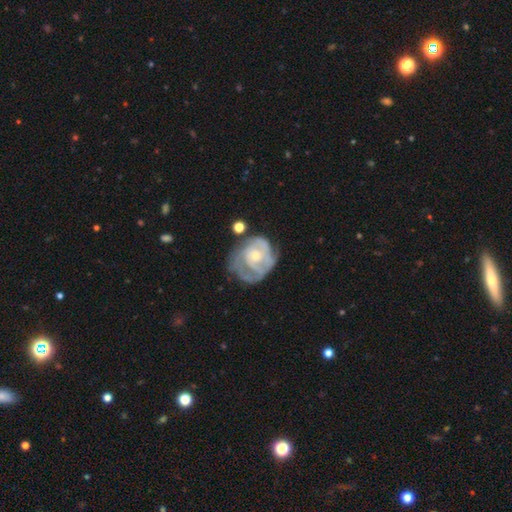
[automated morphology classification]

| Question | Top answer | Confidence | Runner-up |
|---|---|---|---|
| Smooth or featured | featured or disk | 75% | smooth (19%) |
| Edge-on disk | no | 98% | yes (2%) |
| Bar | no | 77% | weak (20%) |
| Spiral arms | yes | 79% | no (21%) |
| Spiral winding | tight | 59% | medium (30%) |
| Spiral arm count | can't tell | 43% | 2 (25%) |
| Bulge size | small | 53% | moderate (37%) |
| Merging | none | 44% | minor disturbance (26%) |